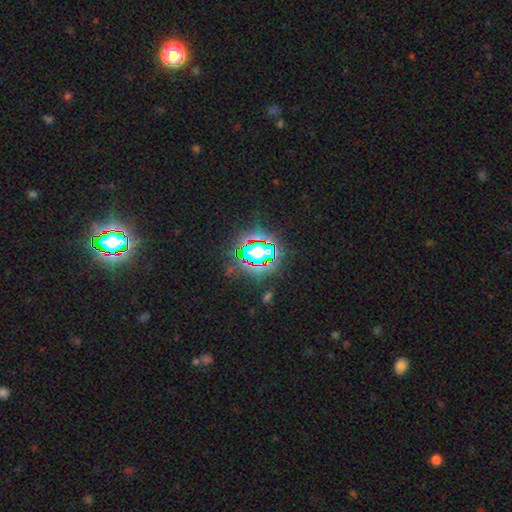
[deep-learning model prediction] star or artifact 80%, smooth 12%, featured or disk 8%.